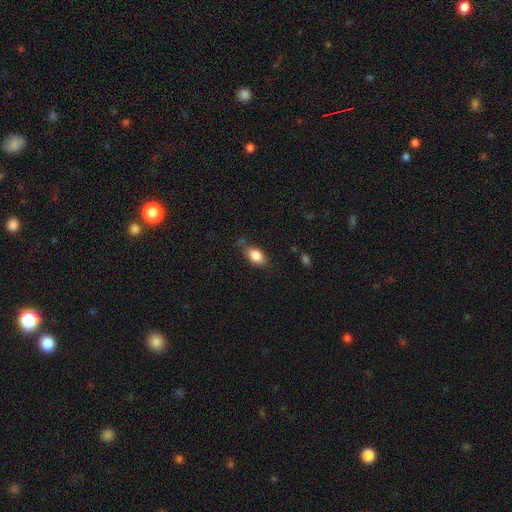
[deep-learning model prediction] This appears to be a smooth galaxy with no disk features (83%) that is in between round and cigar-shaped (87%). Merging: none (72%).